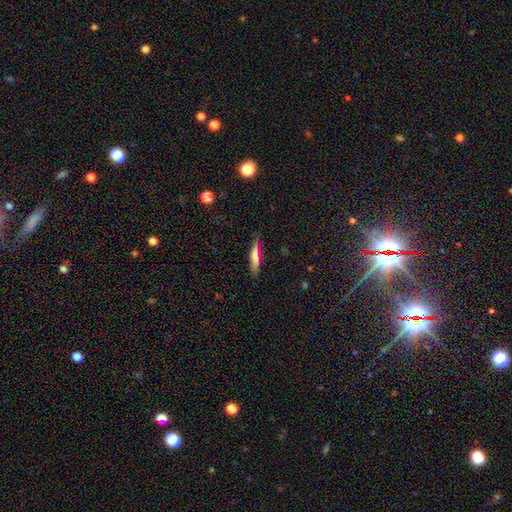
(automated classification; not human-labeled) Smooth or featured? smooth (67%)
How rounded? cigar-shaped (84%)
Merging? none (84%)